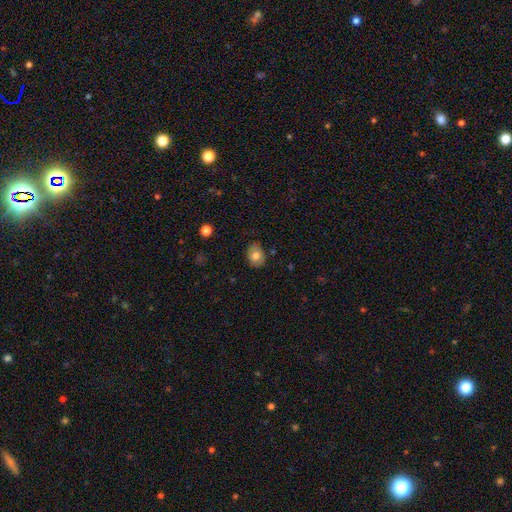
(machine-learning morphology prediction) smooth_or_featured: smooth (p=0.72) [alt: featured or disk p=0.20]
how_rounded: in between (p=0.63) [alt: round p=0.36]
merging: none (p=0.82) [alt: minor disturbance p=0.14]